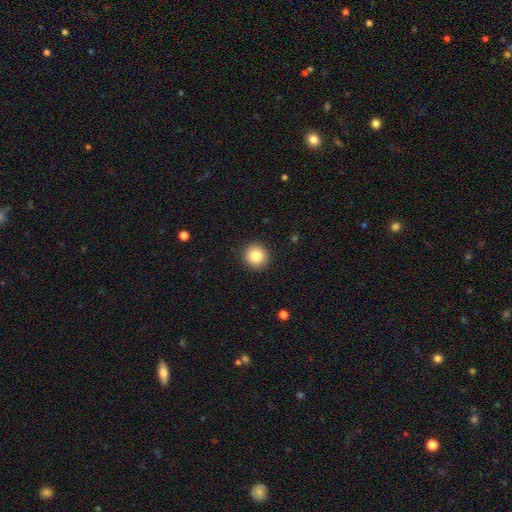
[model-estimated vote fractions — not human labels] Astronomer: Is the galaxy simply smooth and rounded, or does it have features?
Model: smooth — 85%.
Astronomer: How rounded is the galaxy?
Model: round — 94%.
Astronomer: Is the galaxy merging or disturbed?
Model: none — 92%.